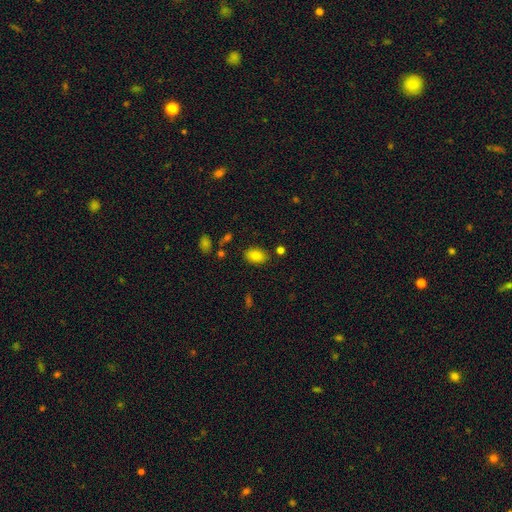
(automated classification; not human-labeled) smooth 83%, star or artifact 10%, featured or disk 7%. Down the decision tree: how rounded — in between (85%); merging — none (83%).